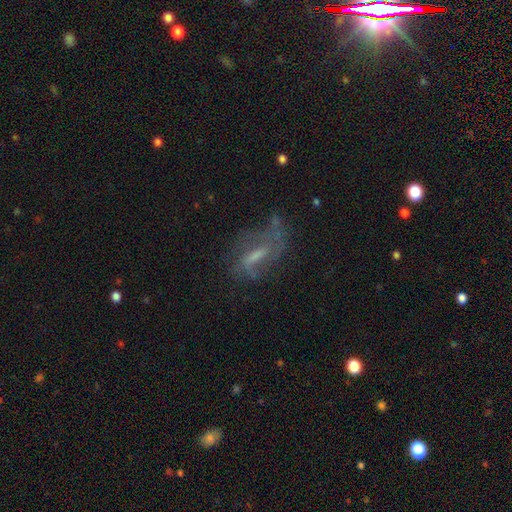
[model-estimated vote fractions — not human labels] Smooth or featured: featured or disk — 66% (smooth — 22%)
Edge-on disk: no — 87% (yes — 13%)
Bar: weak — 45% (strong — 32%)
Spiral arms: yes — 75% (no — 25%)
Bulge size: moderate — 32% (tied with small — 32%)
Merging: none — 49% (major disturbance — 24%)